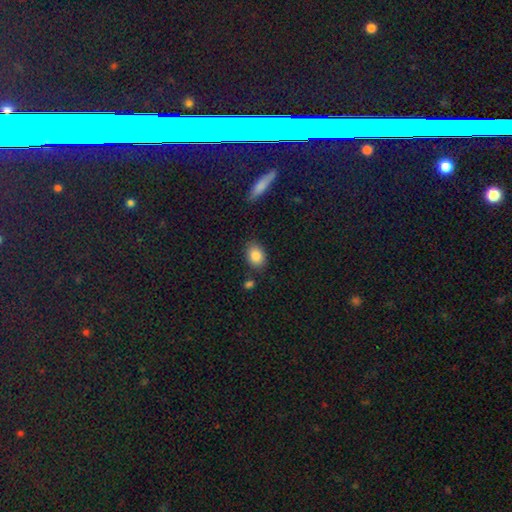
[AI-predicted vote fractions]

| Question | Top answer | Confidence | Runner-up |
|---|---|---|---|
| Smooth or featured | smooth | 85% | star or artifact (8%) |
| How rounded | in between | 72% | round (26%) |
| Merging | none | 81% | minor disturbance (12%) |